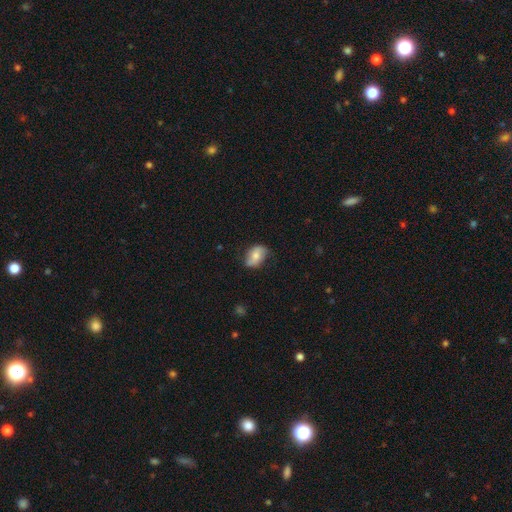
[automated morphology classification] smooth_or_featured: smooth (p=0.57) [alt: featured or disk p=0.35]
how_rounded: in between (p=0.82) [alt: round p=0.16]
merging: none (p=0.68) [alt: minor disturbance p=0.25]